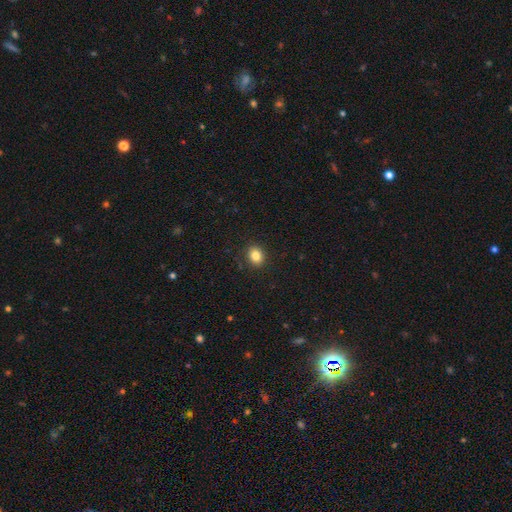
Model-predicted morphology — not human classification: A smooth galaxy with no disk features (84%) that is round (52%). Merging: none (89%).